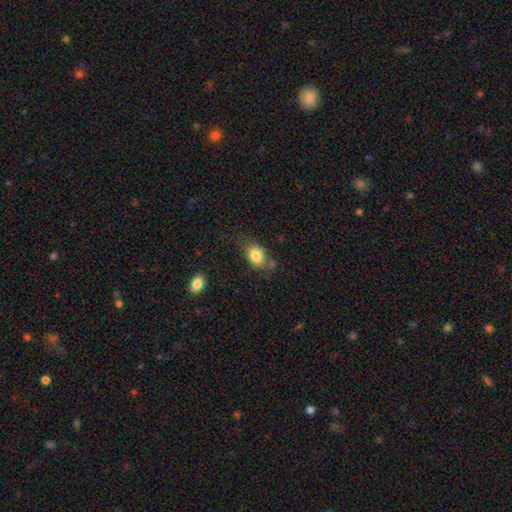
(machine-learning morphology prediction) Overall: smooth (82%). How rounded: in between (69%; round 30%). Merging: none (64%).